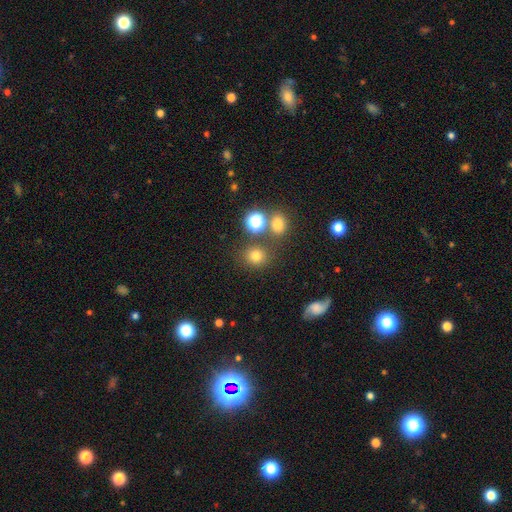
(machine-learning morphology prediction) smooth 73%, star or artifact 19%, featured or disk 8%. Down the decision tree: how rounded — round (83%); merging — none (76%).